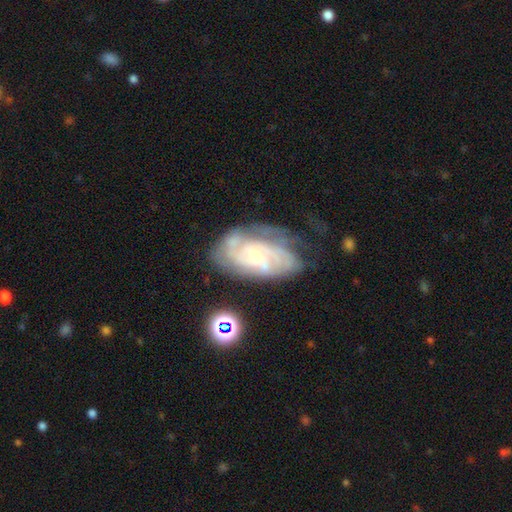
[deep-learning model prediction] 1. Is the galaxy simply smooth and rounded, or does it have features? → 82% featured or disk, 11% smooth, 7% star or artifact.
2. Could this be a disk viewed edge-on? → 96% no, 4% yes.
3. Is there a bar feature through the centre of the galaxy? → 59% no, 35% weak, 6% strong.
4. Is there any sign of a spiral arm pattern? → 93% yes, 7% no.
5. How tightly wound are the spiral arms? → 60% tight, 32% medium, 8% loose.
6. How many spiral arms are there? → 43% can't tell, 23% 2, 17% 3, 8% 4, 4% 1, 4% more than 4.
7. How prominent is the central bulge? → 50% small, 43% moderate, 3% large, 3% none, 1% dominant.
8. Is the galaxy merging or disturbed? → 54% none, 26% minor disturbance, 16% major disturbance, 4% merger.